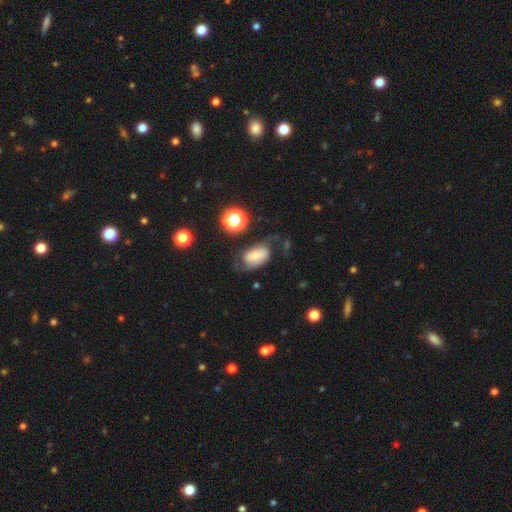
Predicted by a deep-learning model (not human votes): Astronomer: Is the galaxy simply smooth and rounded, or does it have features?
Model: featured or disk — 47% (runner-up: smooth, 41%).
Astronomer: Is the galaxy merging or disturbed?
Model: none — 42% (runner-up: major disturbance, 28%).